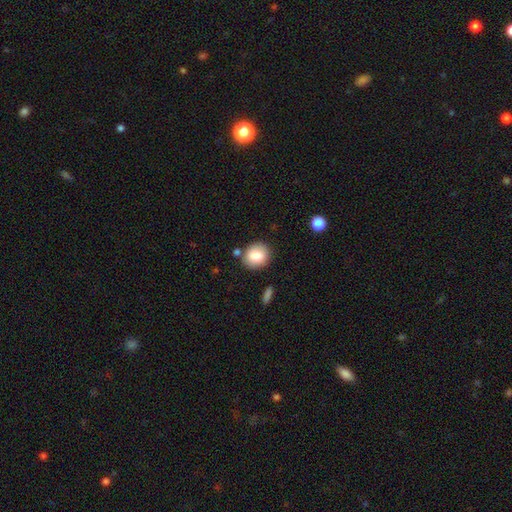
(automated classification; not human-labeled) A smooth galaxy with no disk features (82%) that is round (63%). Merging: none (79%).